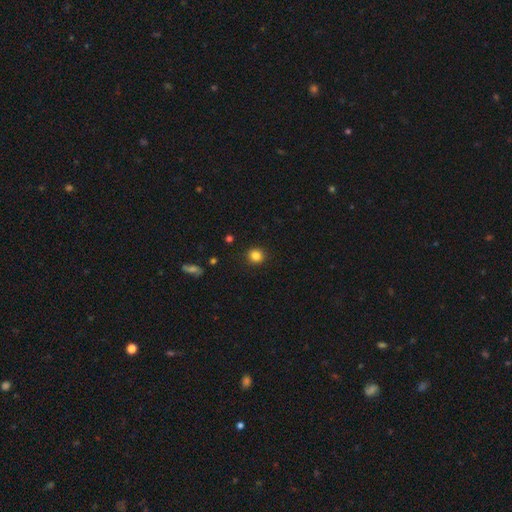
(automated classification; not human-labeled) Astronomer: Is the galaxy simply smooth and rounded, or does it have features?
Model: smooth — 83%.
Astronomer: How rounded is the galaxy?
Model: round — 91%.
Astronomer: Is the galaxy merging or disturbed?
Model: none — 91%.